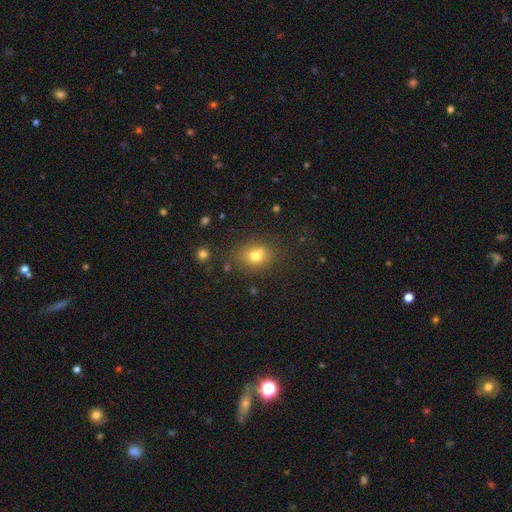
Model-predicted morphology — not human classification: Q: Smooth or featured?
A: smooth (75%); runner-up: star or artifact (15%)
Q: How rounded?
A: round (57%); runner-up: in between (42%)
Q: Merging?
A: none (75%); runner-up: minor disturbance (14%)